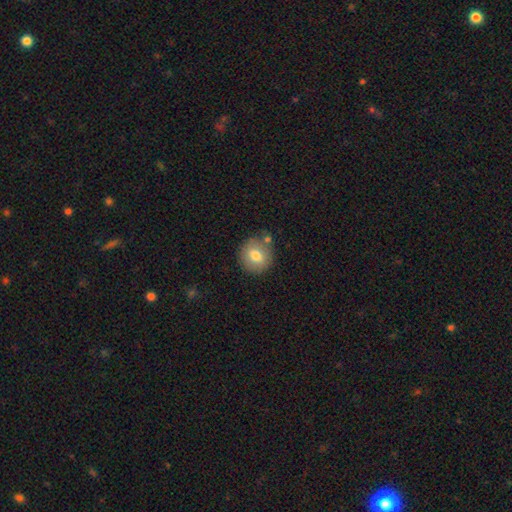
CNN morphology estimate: A smooth galaxy with no disk features (76%) that is round (86%). Merging: none (80%).